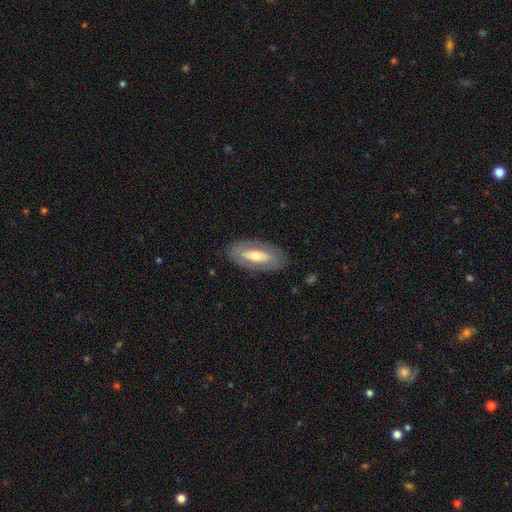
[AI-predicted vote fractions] This is possibly a featured or disk galaxy (58%). It is clearly not viewed edge-on (84%). Merging: clearly none (82%).